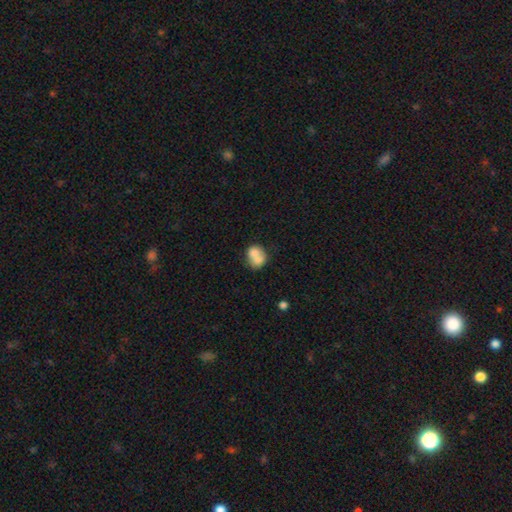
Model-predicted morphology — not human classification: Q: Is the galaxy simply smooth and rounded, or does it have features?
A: smooth — 71%.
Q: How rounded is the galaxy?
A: round — 59%.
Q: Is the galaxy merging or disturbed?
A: merger — 60%.